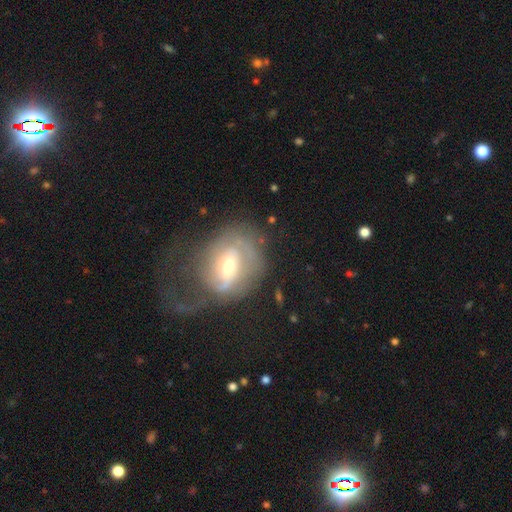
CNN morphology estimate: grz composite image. It shows a featured or disk galaxy (68%) with a weak bar (47%), spiral arms (68%) and a moderate central bulge (57%). Merging: major disturbance (43%).